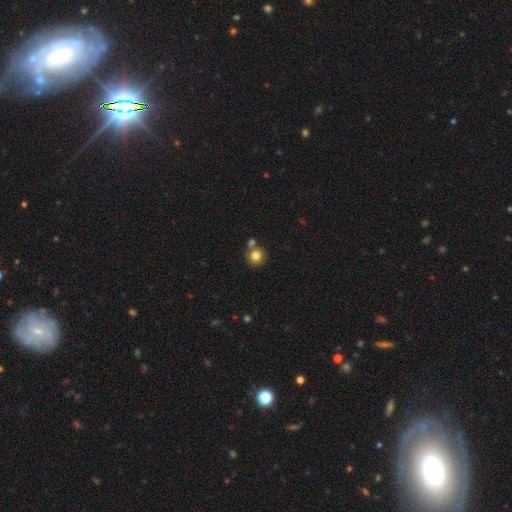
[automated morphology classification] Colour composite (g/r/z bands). It shows a smooth galaxy with no disk features (81%) that is round (91%). Merging: none (68%).